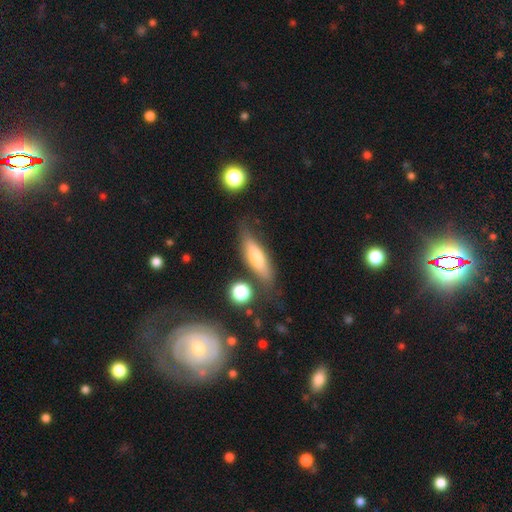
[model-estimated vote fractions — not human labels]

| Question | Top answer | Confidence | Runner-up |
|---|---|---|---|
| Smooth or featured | smooth | 62% | featured or disk (30%) |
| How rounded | cigar-shaped | 56% | in between (42%) |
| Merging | none | 72% | minor disturbance (18%) |